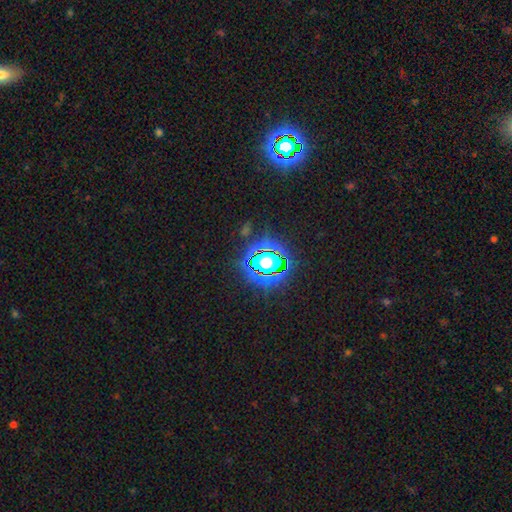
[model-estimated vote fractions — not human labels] star or artifact 81%, smooth 12%, featured or disk 7%.